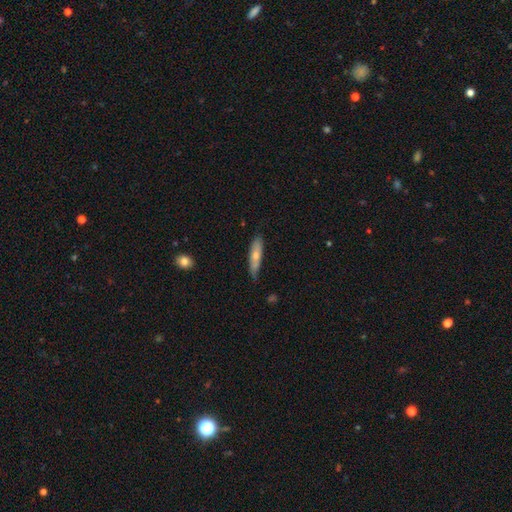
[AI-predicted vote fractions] Overall: smooth (63%; featured or disk 31%). How rounded: cigar-shaped (69%; in between 29%). Merging: none (66%; minor disturbance 27%).